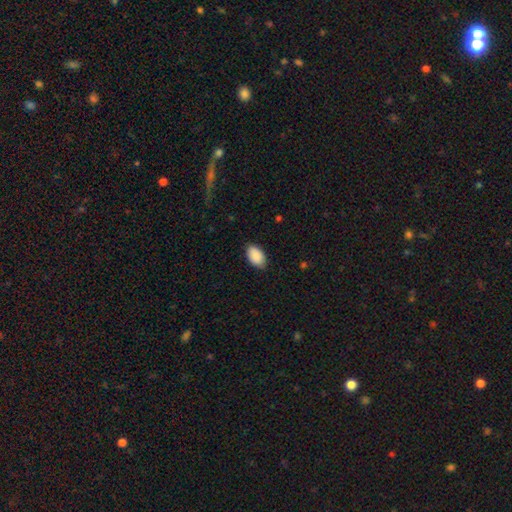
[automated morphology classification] This is clearly a smooth galaxy (91%). How rounded: clearly in between (94%). Merging: clearly none (87%).